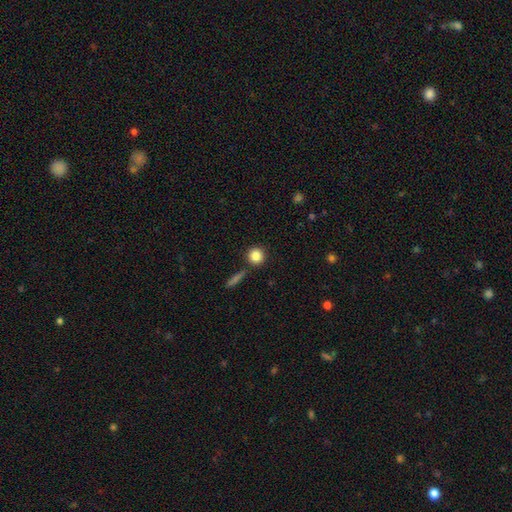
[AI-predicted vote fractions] This is clearly a smooth galaxy (86%). How rounded: clearly round (92%). Merging: clearly none (82%).